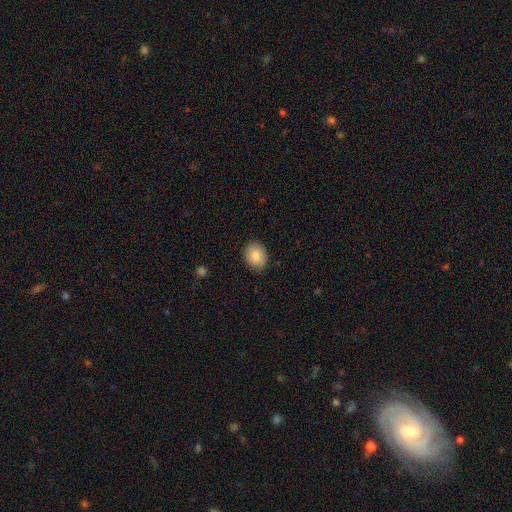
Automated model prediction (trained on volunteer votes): smooth-or-featured: smooth: 84% | featured or disk: 9% | star or artifact: 7%
  how-rounded: in between: 58% | round: 41% | cigar-shaped: 1%
  merging: none: 85% | minor disturbance: 12% | major disturbance: 2% | merger: 1%